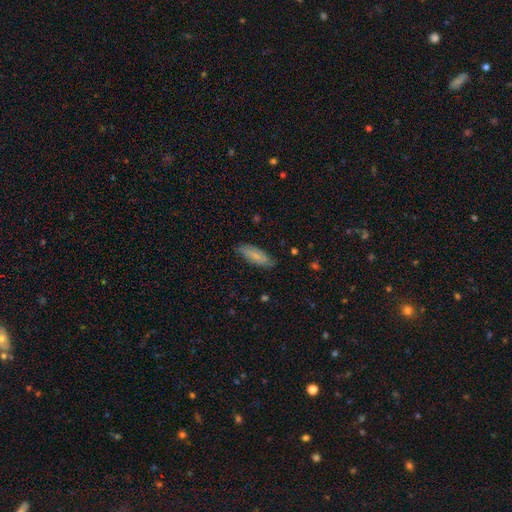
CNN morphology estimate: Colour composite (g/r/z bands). It shows a smooth galaxy with no disk features (69%) that is in between round and cigar-shaped (64%). Merging: none (78%).